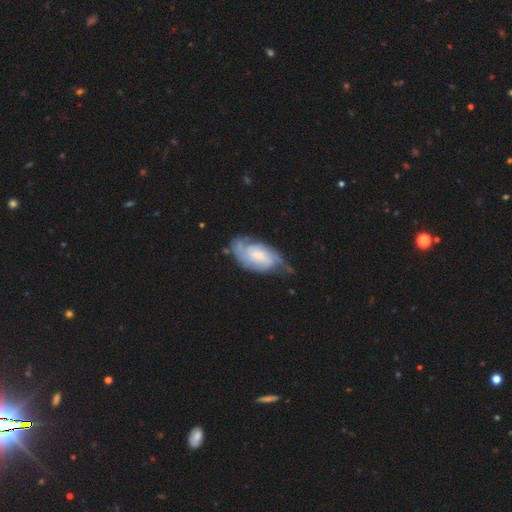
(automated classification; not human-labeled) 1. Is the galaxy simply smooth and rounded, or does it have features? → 69% featured or disk, 24% smooth, 7% star or artifact.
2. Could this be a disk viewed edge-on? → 94% no, 6% yes.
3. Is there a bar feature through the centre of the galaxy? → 58% no, 35% weak, 7% strong.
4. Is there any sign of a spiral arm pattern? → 89% yes, 11% no.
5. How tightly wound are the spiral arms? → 48% tight, 37% medium, 15% loose.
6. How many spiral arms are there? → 43% 2, 36% can't tell, 10% 3, 6% 1, 4% 4, 3% more than 4.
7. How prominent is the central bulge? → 36% small, 33% moderate, 16% none, 13% large, 2% dominant.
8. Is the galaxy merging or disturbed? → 52% none, 31% minor disturbance, 15% major disturbance, 2% merger.